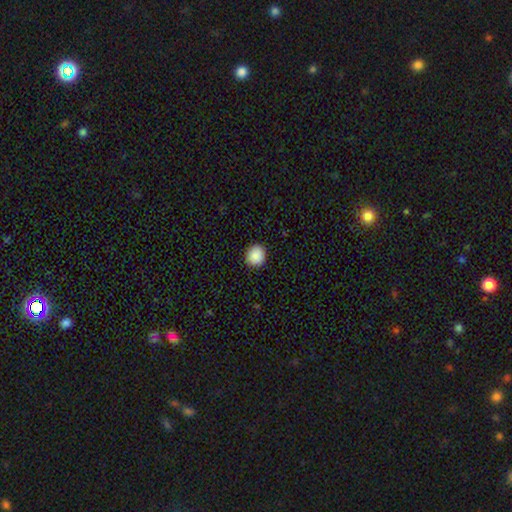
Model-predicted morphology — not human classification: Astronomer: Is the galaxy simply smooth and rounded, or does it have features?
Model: smooth — 90%.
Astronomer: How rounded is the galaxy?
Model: round — 82%.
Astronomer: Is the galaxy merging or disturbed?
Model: none — 91%.